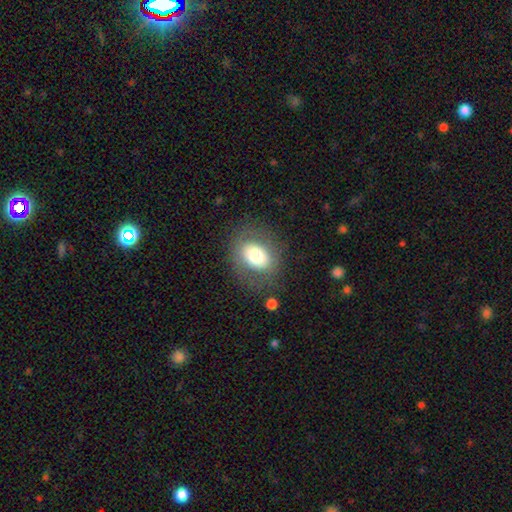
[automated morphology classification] Smooth or featured: smooth — 68% (featured or disk — 22%)
How rounded: in between — 55% (round — 44%)
Merging: none — 76% (minor disturbance — 14%)